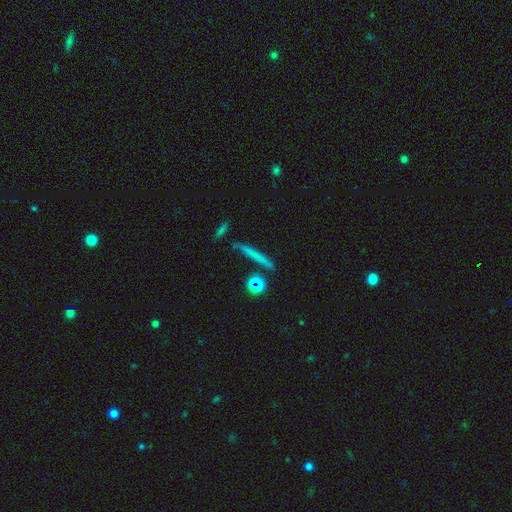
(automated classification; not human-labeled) smooth 54%, featured or disk 33%, star or artifact 14%. Down the decision tree: how rounded — cigar-shaped (90%); merging — none (81%).